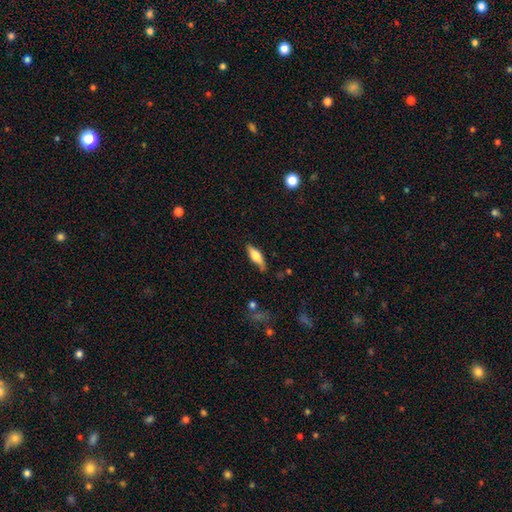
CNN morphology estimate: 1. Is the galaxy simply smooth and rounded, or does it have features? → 58% smooth, 35% featured or disk, 6% star or artifact.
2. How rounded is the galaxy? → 59% in between, 38% cigar-shaped, 3% round.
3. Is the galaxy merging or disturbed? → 74% none, 20% minor disturbance, 4% major disturbance, 2% merger.